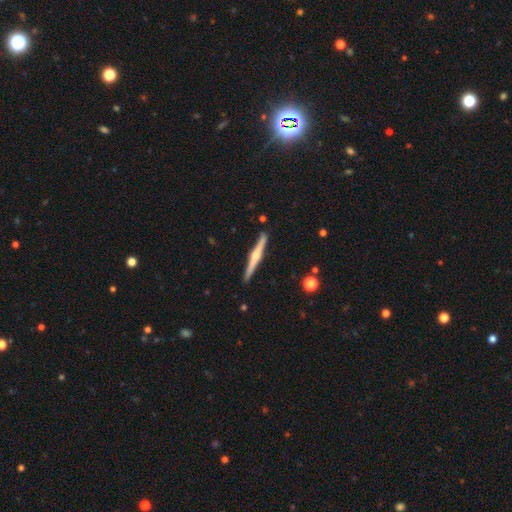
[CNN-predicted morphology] Smooth or featured? Predicted: featured or disk (p=0.71). Edge-on disk? Predicted: yes (p=0.98). Edge-on bulge? Predicted: rounded (p=0.82). Merging? Predicted: none (p=0.90).